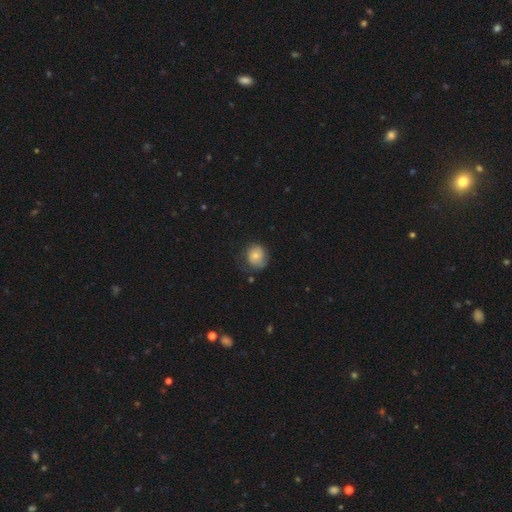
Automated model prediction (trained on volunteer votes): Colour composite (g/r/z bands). It shows a smooth galaxy with no disk features (66%) that is round (74%). Merging: none (58%).